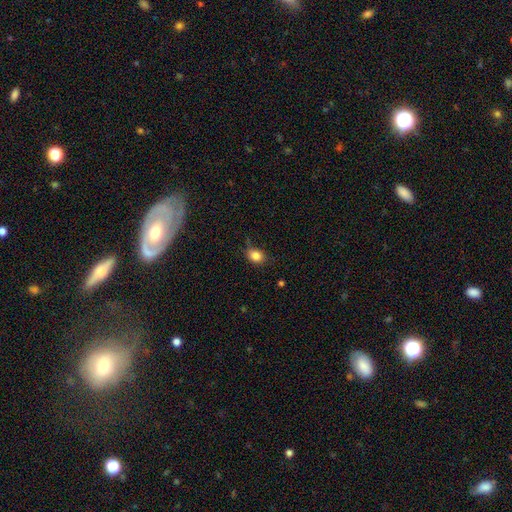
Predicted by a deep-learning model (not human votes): The model was most divided on "how rounded": in between: 59%, round: 40%, cigar-shaped: 1%. More confident: smooth or featured — smooth (84%); merging — none (73%).